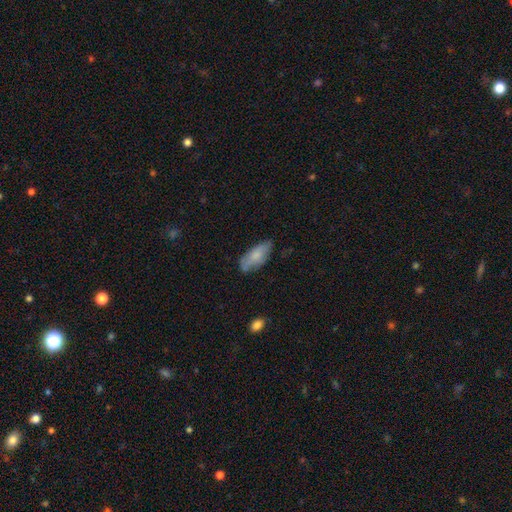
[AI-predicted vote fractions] This is likely a smooth galaxy (73%). How rounded: clearly in between (80%). Merging: likely none (66%).